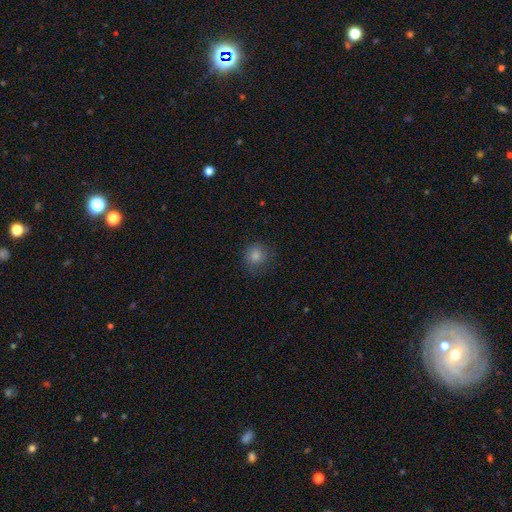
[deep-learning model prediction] Smooth or featured? smooth (82%)
How rounded? round (89%)
Merging? none (79%)